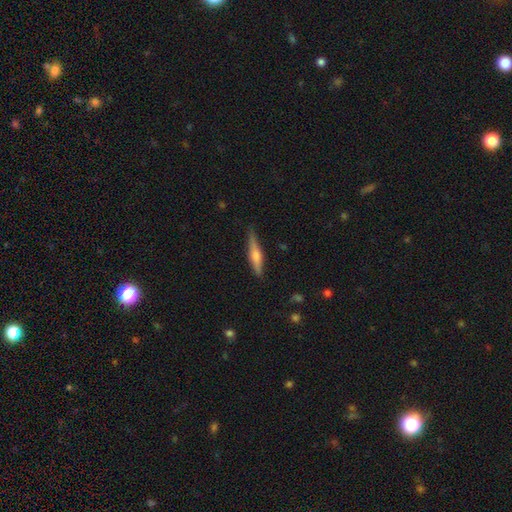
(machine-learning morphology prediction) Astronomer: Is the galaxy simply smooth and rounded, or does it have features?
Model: featured or disk — 58% (runner-up: smooth, 36%).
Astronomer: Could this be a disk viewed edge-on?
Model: yes — 96%.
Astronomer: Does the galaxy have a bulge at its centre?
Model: rounded — 84%.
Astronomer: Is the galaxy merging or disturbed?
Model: none — 83%.